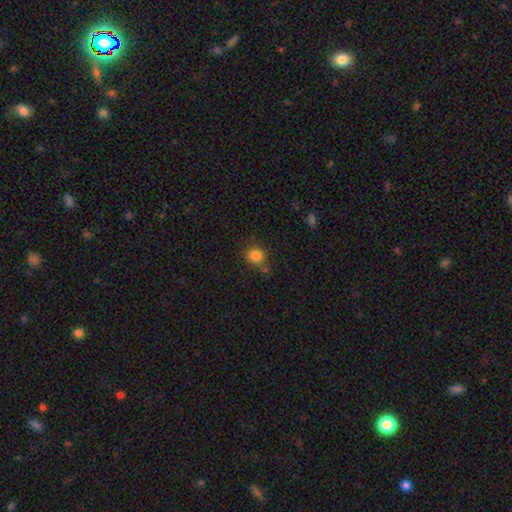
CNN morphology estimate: smooth 83%, star or artifact 11%, featured or disk 5%. Down the decision tree: how rounded — round (83%); merging — none (72%).